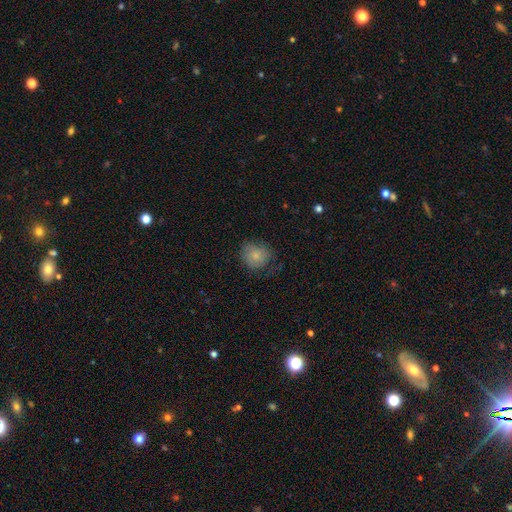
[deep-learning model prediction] smooth-or-featured: smooth: 79% | featured or disk: 12% | star or artifact: 9%
  how-rounded: round: 77% | in between: 22% | cigar-shaped: 1%
  merging: none: 61% | minor disturbance: 26% | major disturbance: 11% | merger: 1%